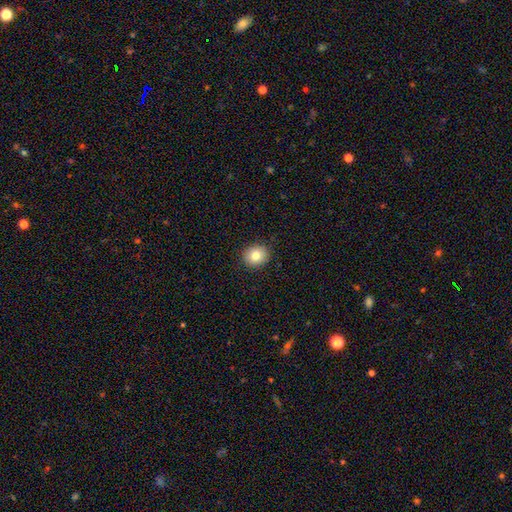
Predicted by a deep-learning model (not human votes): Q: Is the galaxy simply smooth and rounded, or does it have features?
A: smooth — 81%.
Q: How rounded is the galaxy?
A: round — 78%.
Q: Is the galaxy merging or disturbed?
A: none — 91%.